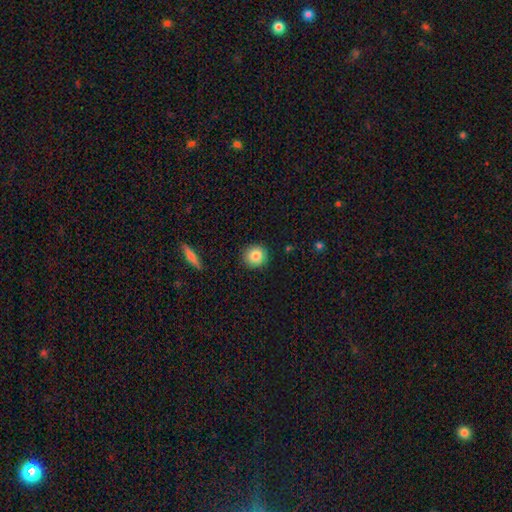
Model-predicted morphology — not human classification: This appears to be a smooth galaxy with no disk features (83%) that is round (90%). Merging: none (90%).